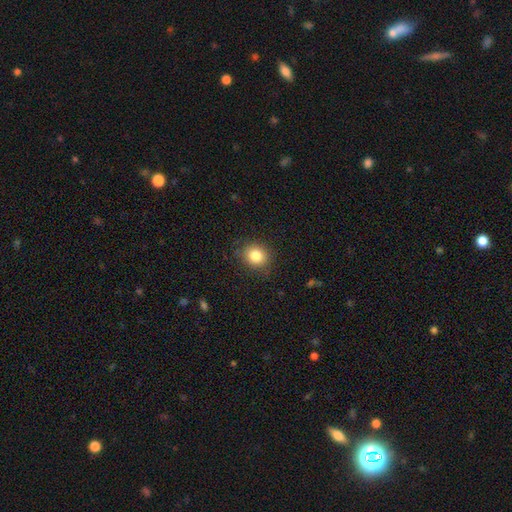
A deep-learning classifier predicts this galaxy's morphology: smooth-or-featured: smooth: 82% | star or artifact: 11% | featured or disk: 7%
  how-rounded: round: 77% | in between: 23% | cigar-shaped: 1%
  merging: none: 85% | minor disturbance: 11% | major disturbance: 3% | merger: 1%